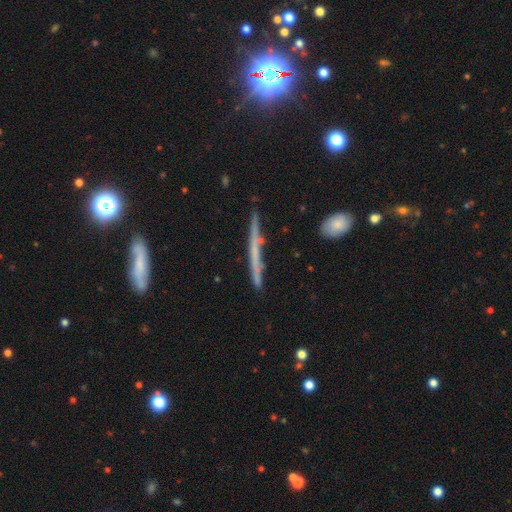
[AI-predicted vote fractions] smooth_or_featured: featured or disk (p=0.50) [alt: smooth p=0.29]
disk_edge_on: yes (p=0.90) [alt: no p=0.10]
merging: none (p=0.85) [alt: minor disturbance p=0.09]